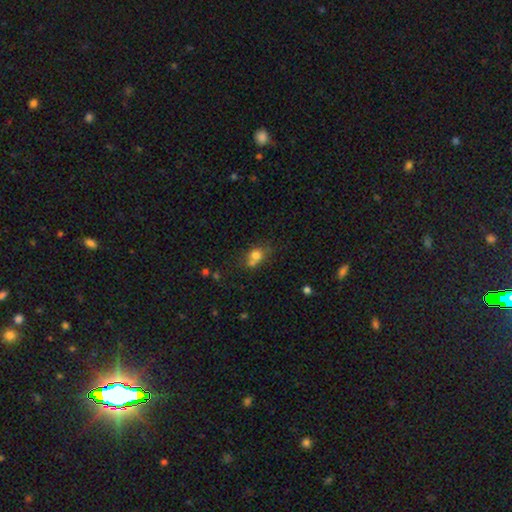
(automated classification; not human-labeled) Q: Smooth or featured?
A: smooth (73%); runner-up: featured or disk (14%)
Q: How rounded?
A: round (63%); runner-up: in between (35%)
Q: Merging?
A: none (42%); runner-up: merger (36%)